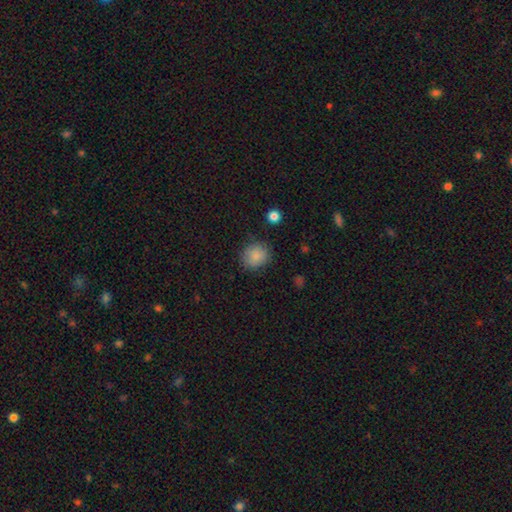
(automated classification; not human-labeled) Smooth or featured: smooth — 86% (star or artifact — 9%)
How rounded: round — 81% (in between — 18%)
Merging: none — 82% (minor disturbance — 13%)